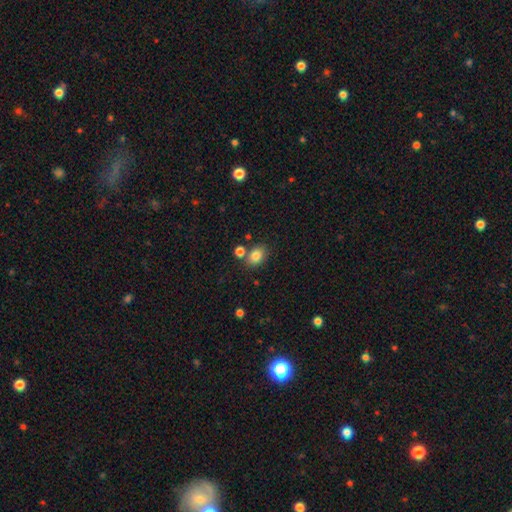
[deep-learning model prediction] The model was most divided on "how rounded": in between: 65%, round: 34%, cigar-shaped: 1%. More confident: smooth or featured — smooth (83%); merging — none (70%).